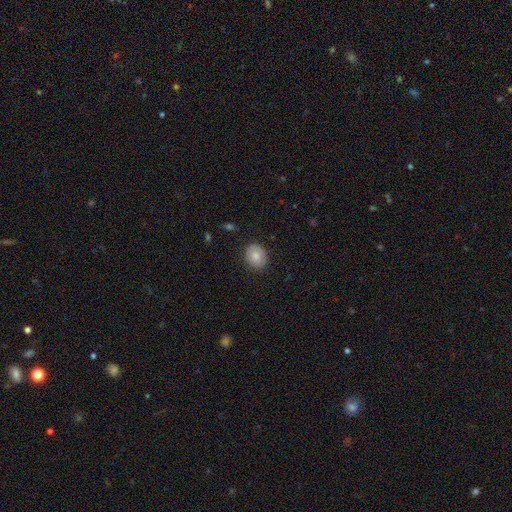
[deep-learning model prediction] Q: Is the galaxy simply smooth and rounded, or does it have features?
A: smooth — 82%.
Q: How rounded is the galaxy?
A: round — 63%.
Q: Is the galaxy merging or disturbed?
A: none — 86%.